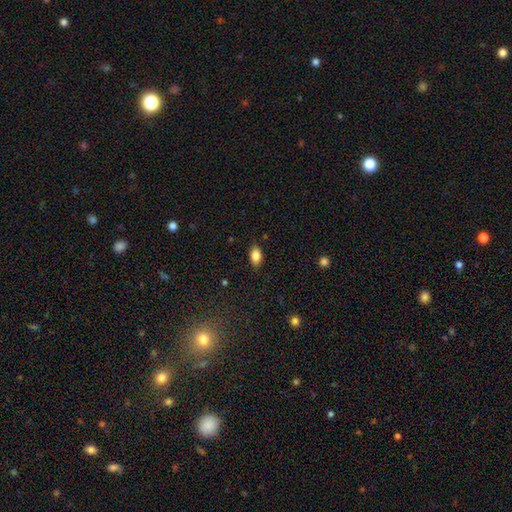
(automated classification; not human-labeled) smooth 82%, featured or disk 9%, star or artifact 9%. Down the decision tree: how rounded — in between (87%); merging — none (83%).